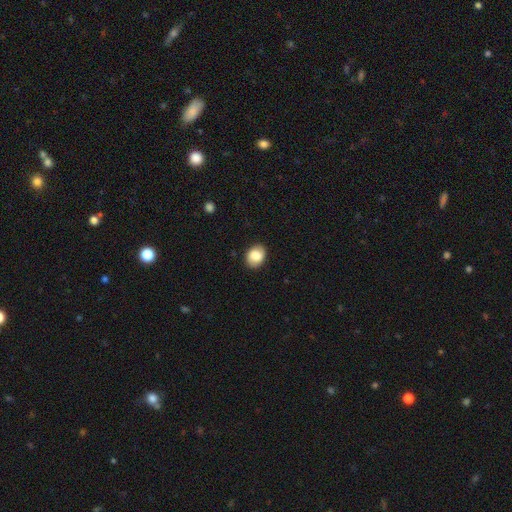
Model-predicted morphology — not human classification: Smooth or featured?
  - smooth: 84% *
  - featured or disk: 8%
  - star or artifact: 8%
How rounded?
  - in between: 55% *
  - round: 44%
  - cigar-shaped: 1%
Merging?
  - none: 85% *
  - minor disturbance: 11%
  - major disturbance: 2%
  - merger: 1%